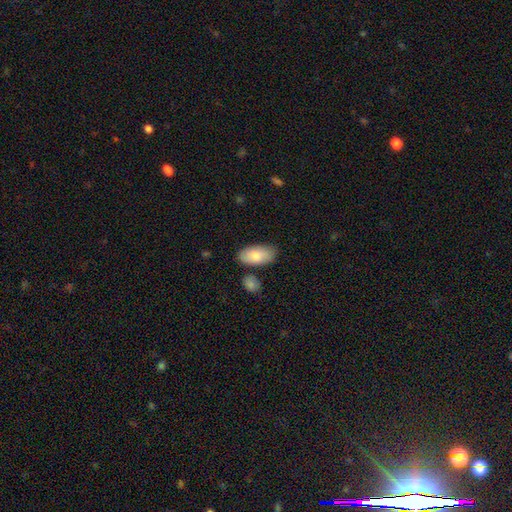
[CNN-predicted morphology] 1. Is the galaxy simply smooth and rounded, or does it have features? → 83% smooth, 12% featured or disk, 6% star or artifact.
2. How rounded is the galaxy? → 94% in between, 3% cigar-shaped, 3% round.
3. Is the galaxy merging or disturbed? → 76% none, 15% minor disturbance, 6% merger, 3% major disturbance.